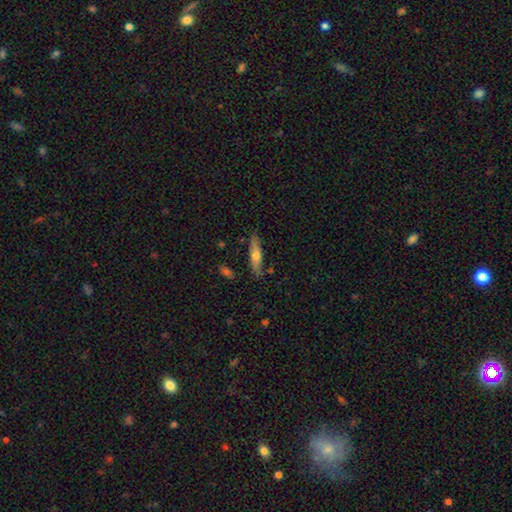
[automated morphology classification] Smooth or featured: smooth — 56% (featured or disk — 37%)
How rounded: cigar-shaped — 73% (in between — 25%)
Merging: none — 82% (minor disturbance — 13%)